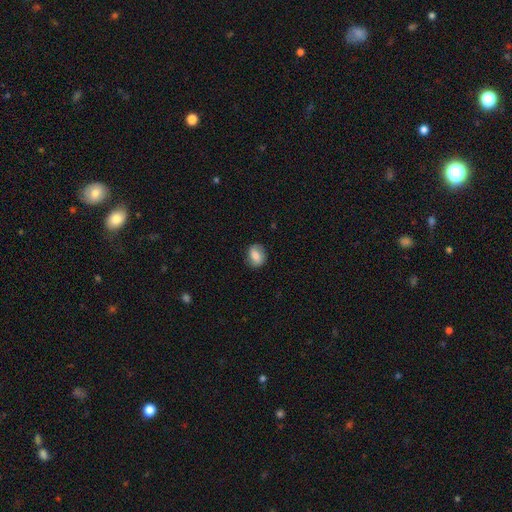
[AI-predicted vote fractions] A smooth galaxy with no disk features (73%) that is in between round and cigar-shaped (52%). Merging: none (83%).